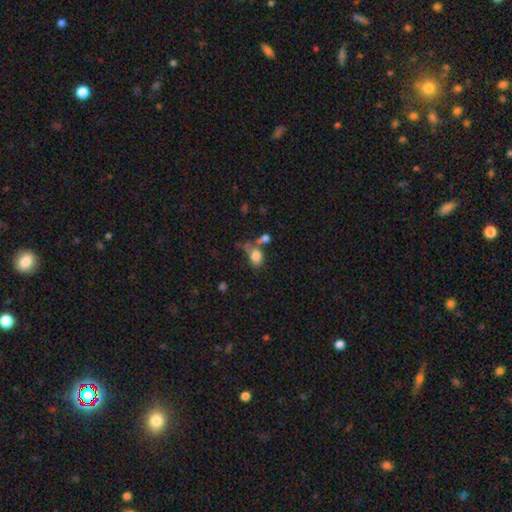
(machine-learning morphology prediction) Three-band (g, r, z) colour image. It shows a smooth galaxy with no disk features (78%) that is in between round and cigar-shaped (72%). Merging: none (36%).